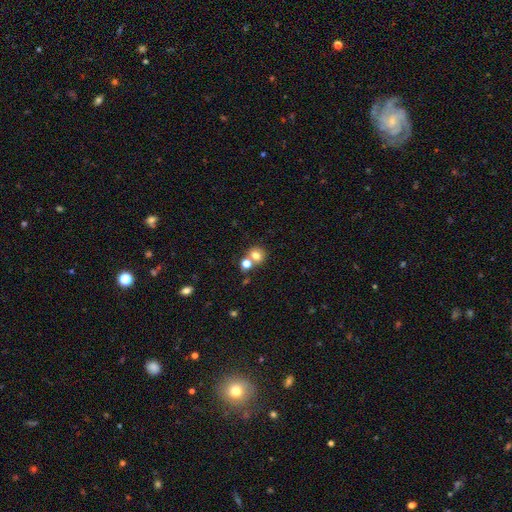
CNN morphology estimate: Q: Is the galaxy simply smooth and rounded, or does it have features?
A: smooth — 75%.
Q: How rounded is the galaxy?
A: round — 78%.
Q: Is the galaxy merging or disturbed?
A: none — 53%.